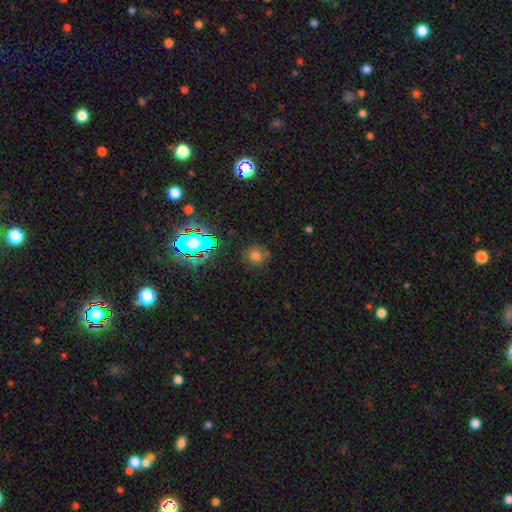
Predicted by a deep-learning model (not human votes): smooth_or_featured: smooth (p=0.60) [alt: star or artifact p=0.27]
how_rounded: round (p=0.84) [alt: in between p=0.15]
merging: none (p=0.78) [alt: minor disturbance p=0.14]